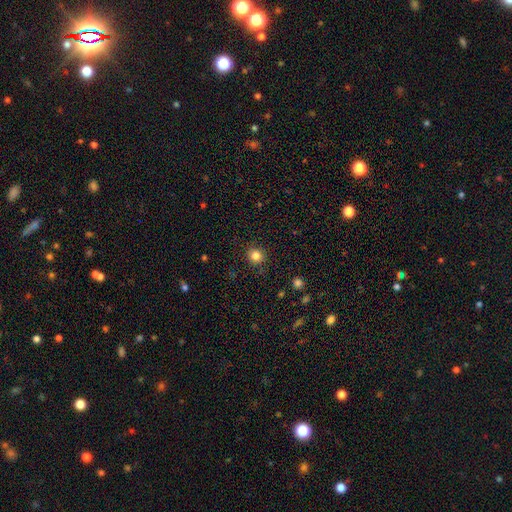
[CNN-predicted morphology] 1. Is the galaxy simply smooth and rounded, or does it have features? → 83% smooth, 12% star or artifact, 5% featured or disk.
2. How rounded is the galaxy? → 89% round, 10% in between, 1% cigar-shaped.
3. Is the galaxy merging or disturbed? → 90% none, 7% minor disturbance, 2% major disturbance, 1% merger.